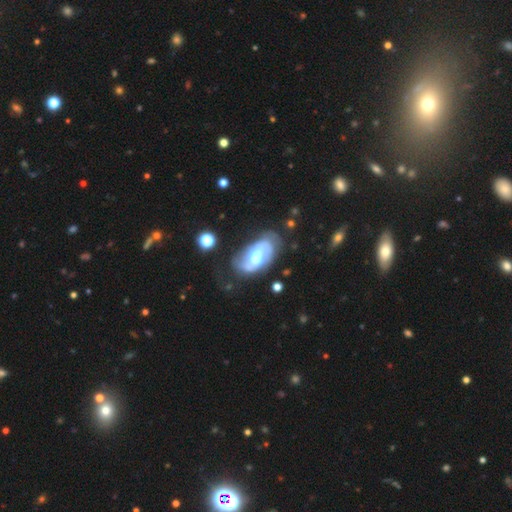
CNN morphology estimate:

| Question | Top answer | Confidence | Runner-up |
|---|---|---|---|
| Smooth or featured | featured or disk | 72% | smooth (21%) |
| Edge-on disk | no | 94% | yes (6%) |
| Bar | no | 38% | tied: weak (38%) |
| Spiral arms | yes | 77% | no (23%) |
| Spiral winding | medium | 41% | loose (33%) |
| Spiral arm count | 2 | 76% | can't tell (15%) |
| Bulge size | moderate | 54% | large (35%) |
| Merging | none | 58% | minor disturbance (24%) |